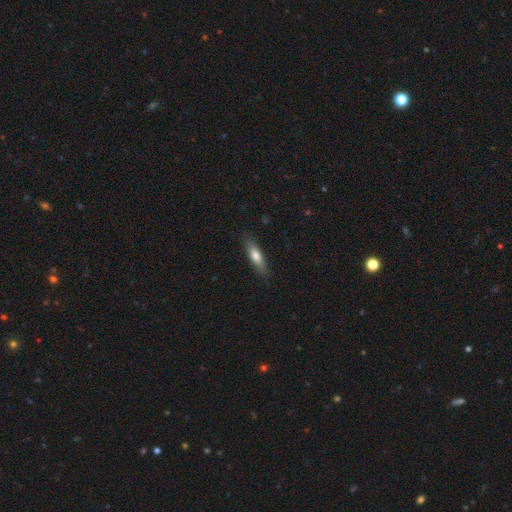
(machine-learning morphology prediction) A smooth galaxy with no disk features (70%) that is cigar-shaped (64%).

Vote fractions:
- Smooth or featured? smooth: 70% / featured or disk: 24% / star or artifact: 6%
- How rounded? cigar-shaped: 64% / in between: 35% / round: 2%
- Merging? none: 84% / minor disturbance: 12% / major disturbance: 3% / merger: 1%